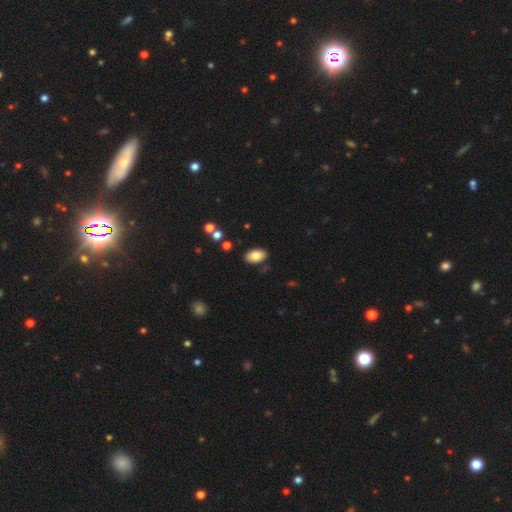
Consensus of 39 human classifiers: smooth_or_featured: smooth (p=0.85) [alt: featured or disk p=0.13]
how_rounded: in between (p=0.94) [alt: round p=0.06]
merging: none (p=0.92) [alt: minor disturbance p=0.03]